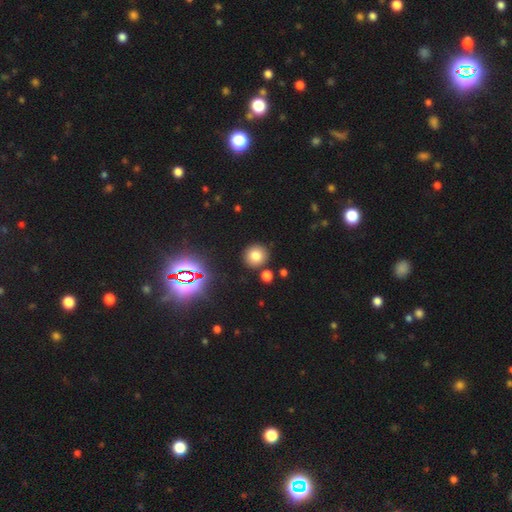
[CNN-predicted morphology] Smooth or featured?
  - smooth: 74% *
  - star or artifact: 17%
  - featured or disk: 8%
How rounded?
  - round: 90% *
  - in between: 9%
  - cigar-shaped: 1%
Merging?
  - none: 85% *
  - minor disturbance: 7%
  - merger: 5%
  - major disturbance: 2%